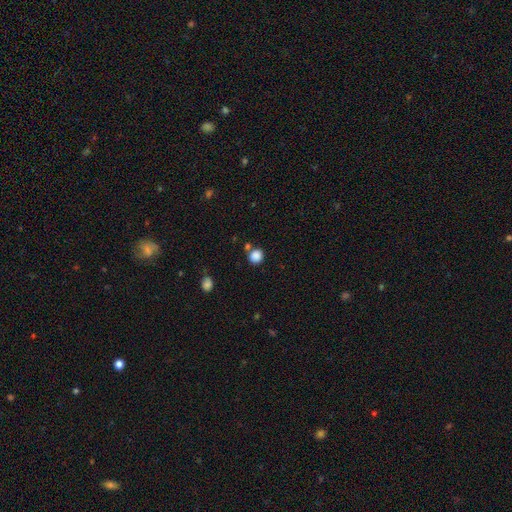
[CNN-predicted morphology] Overall: smooth (86%). How rounded: round (86%). Merging: none (75%).